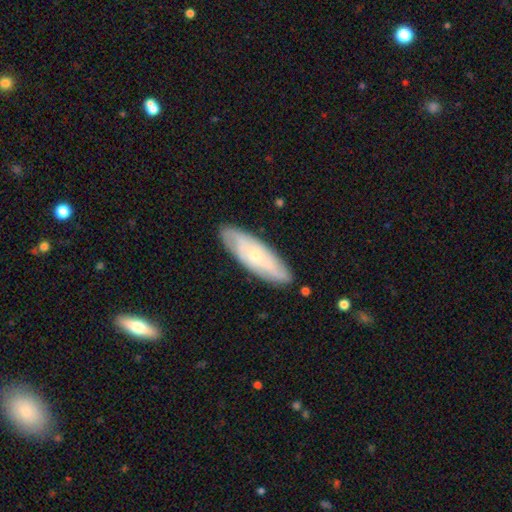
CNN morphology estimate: Smooth or featured?
  - featured or disk: 56% *
  - smooth: 38%
  - star or artifact: 6%
Edge-on disk?
  - no: 76% *
  - yes: 24%
Merging?
  - none: 83% *
  - minor disturbance: 13%
  - major disturbance: 2%
  - merger: 1%